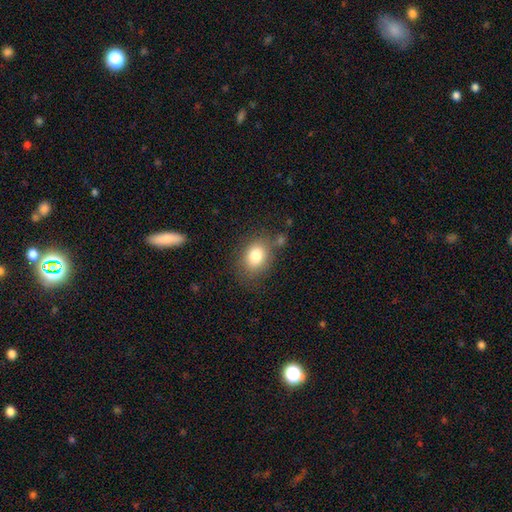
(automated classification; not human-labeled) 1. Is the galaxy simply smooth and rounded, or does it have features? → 82% smooth, 9% star or artifact, 9% featured or disk.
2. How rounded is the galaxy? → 61% in between, 38% round, 1% cigar-shaped.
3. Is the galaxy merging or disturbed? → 72% none, 17% minor disturbance, 6% merger, 6% major disturbance.